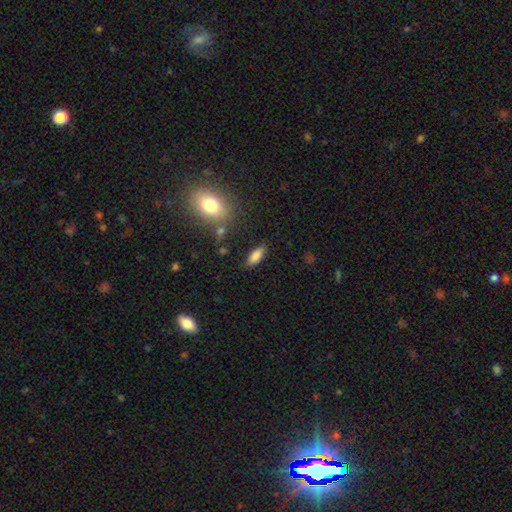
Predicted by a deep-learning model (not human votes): Q: Smooth or featured?
A: smooth (82%); runner-up: featured or disk (10%)
Q: How rounded?
A: in between (75%); runner-up: cigar-shaped (23%)
Q: Merging?
A: none (83%); runner-up: minor disturbance (12%)